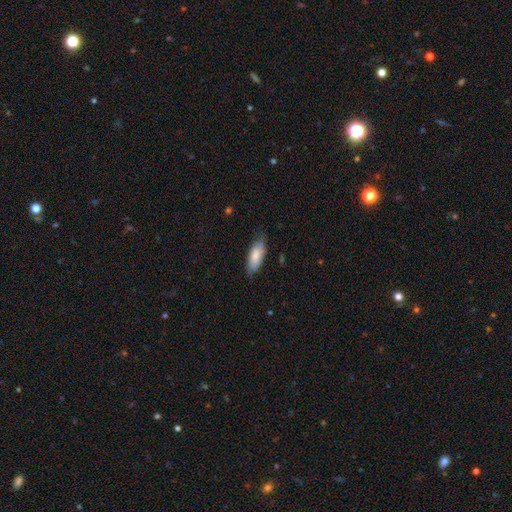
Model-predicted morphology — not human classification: Smooth or featured? Predicted: smooth (p=0.81). How rounded? Predicted: in between (p=0.75). Merging? Predicted: none (p=0.74).